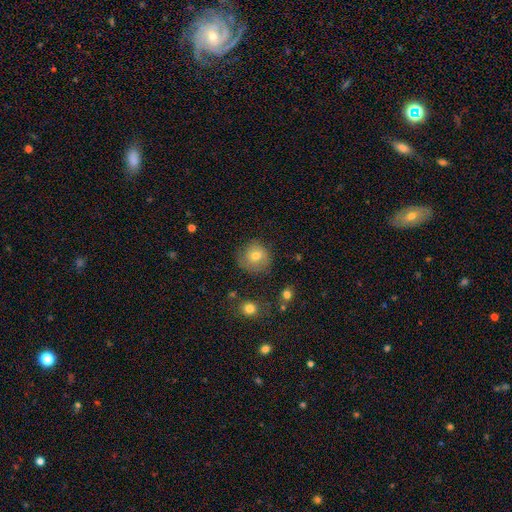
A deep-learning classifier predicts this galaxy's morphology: Smooth or featured?
  - smooth: 71% *
  - featured or disk: 19%
  - star or artifact: 10%
How rounded?
  - round: 90% *
  - in between: 9%
  - cigar-shaped: 1%
Merging?
  - none: 75% *
  - minor disturbance: 17%
  - major disturbance: 6%
  - merger: 2%